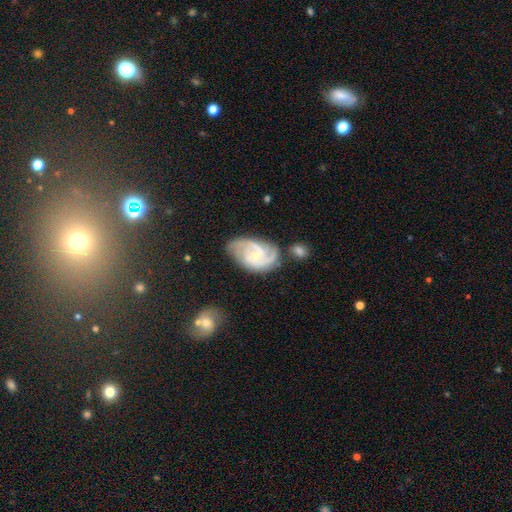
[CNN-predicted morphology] This appears to be a featured or disk galaxy (84%) with no bar (64%), 2 (44%) tight (49%) spiral arms (96%) and a small central bulge (62%). Merging: none (57%).